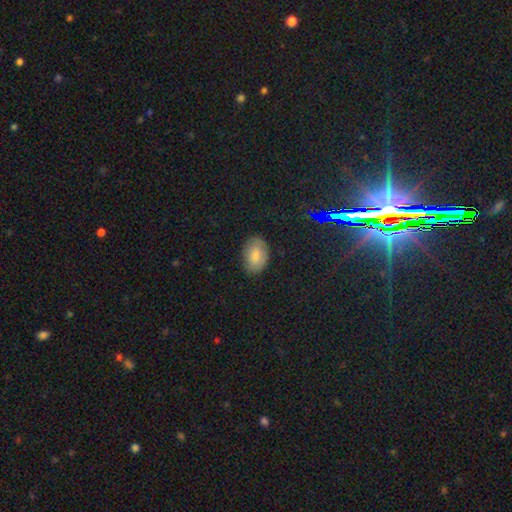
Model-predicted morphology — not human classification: Smooth or featured: smooth — 76% (featured or disk — 14%)
How rounded: in between — 86% (round — 12%)
Merging: none — 80% (minor disturbance — 15%)